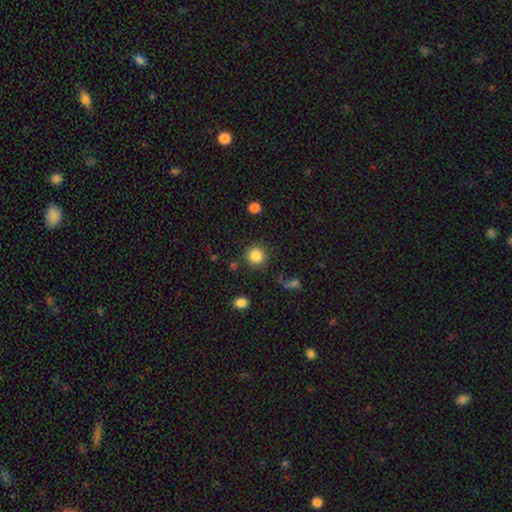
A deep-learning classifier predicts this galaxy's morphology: smooth-or-featured: smooth: 86% | star or artifact: 10% | featured or disk: 5%
  how-rounded: round: 94% | in between: 5% | cigar-shaped: 1%
  merging: none: 87% | minor disturbance: 7% | major disturbance: 4% | merger: 3%